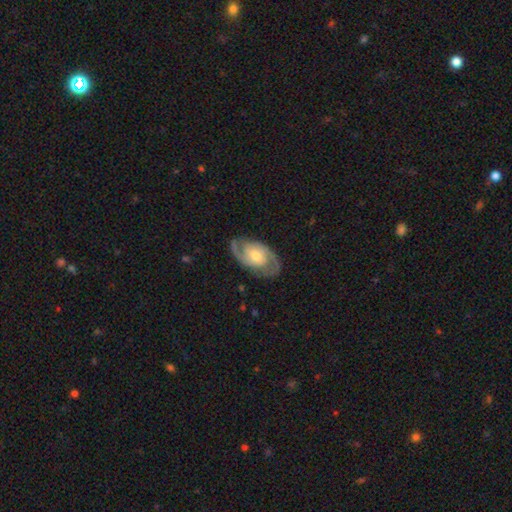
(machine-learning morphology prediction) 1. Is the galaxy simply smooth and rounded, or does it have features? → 87% featured or disk, 9% smooth, 4% star or artifact.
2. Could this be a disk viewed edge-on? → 96% no, 4% yes.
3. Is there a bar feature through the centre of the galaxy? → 58% no, 33% weak, 9% strong.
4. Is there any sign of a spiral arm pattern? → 96% yes, 4% no.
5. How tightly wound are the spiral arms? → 50% medium, 37% tight, 13% loose.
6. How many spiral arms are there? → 90% 2, 4% can't tell, 2% 3, 2% 1, 1% 4, 1% more than 4.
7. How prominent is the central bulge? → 62% moderate, 28% small, 7% large, 2% none, 1% dominant.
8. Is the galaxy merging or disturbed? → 82% none, 13% minor disturbance, 4% major disturbance, 1% merger.